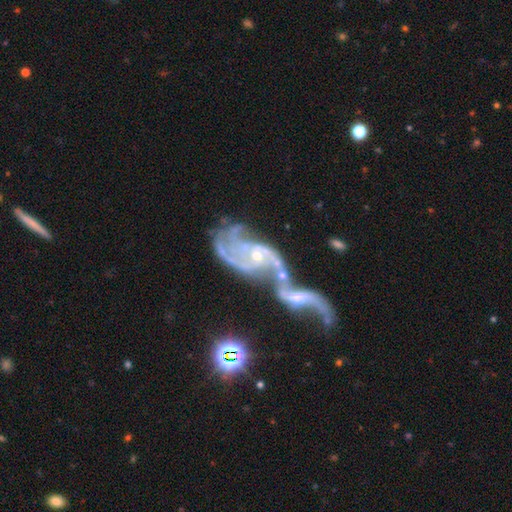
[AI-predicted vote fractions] This is clearly a featured or disk galaxy (86%). It is clearly not viewed edge-on (97%). Bar: likely no (60%). Spiral arm pattern: clearly yes (94%). Spiral arm count: marginally 2 (35%). Spiral winding: possibly loose (45%). Central bulge: likely small (64%). Merging: likely merger (67%).